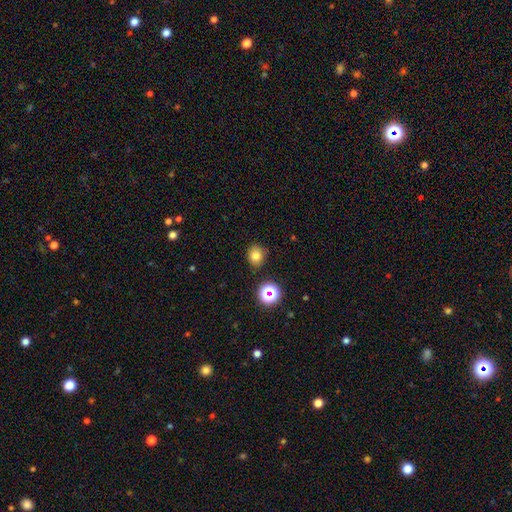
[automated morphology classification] smooth_or_featured: smooth (p=0.76) [alt: star or artifact p=0.17]
how_rounded: round (p=0.73) [alt: in between p=0.27]
merging: none (p=0.84) [alt: minor disturbance p=0.11]